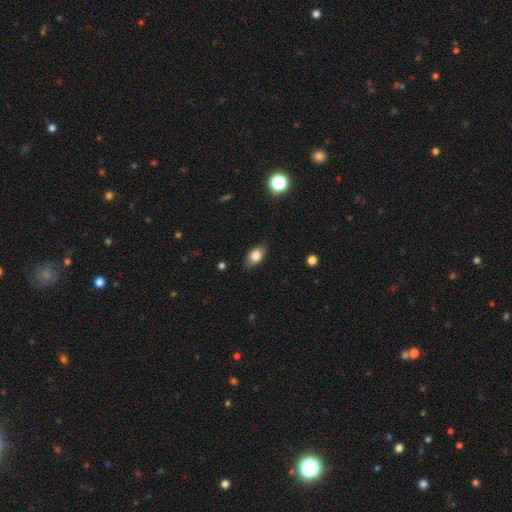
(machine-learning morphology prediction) A smooth galaxy with no disk features (82%) that is in between round and cigar-shaped (89%). Merging: none (85%).